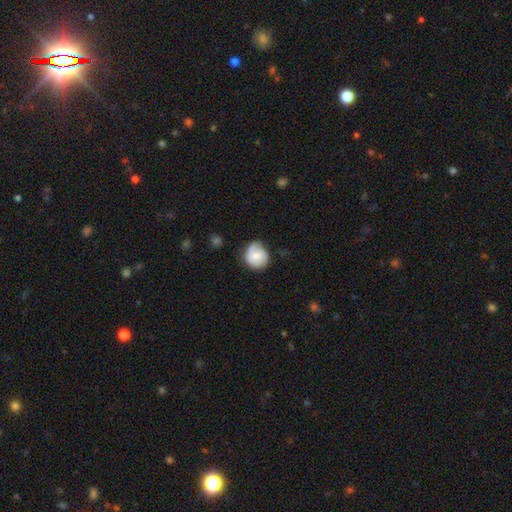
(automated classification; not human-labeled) This is possibly a smooth galaxy (60%). How rounded: clearly round (84%). Merging: likely none (61%).